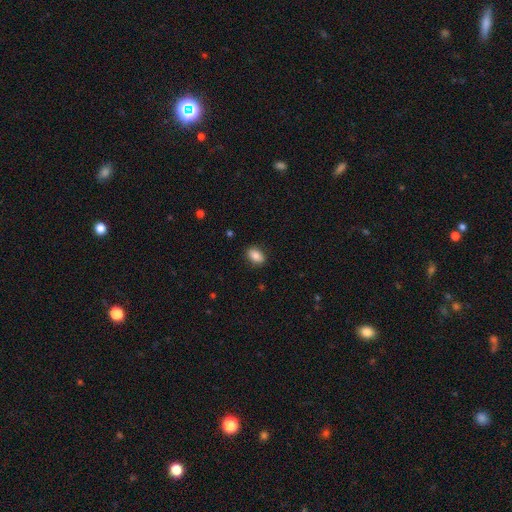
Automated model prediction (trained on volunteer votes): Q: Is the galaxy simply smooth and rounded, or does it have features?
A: smooth — 84%.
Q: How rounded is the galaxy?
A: in between — 87%.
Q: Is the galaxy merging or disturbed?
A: none — 87%.